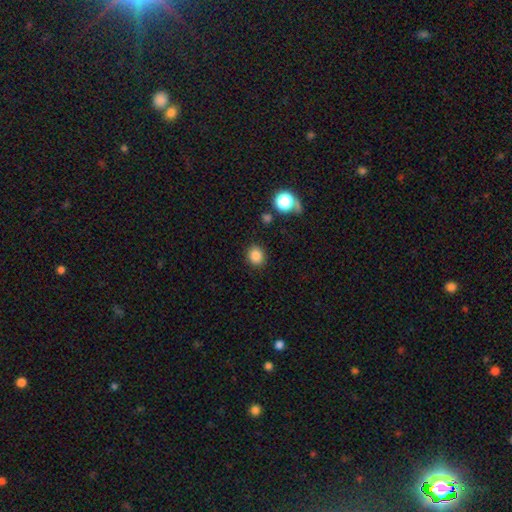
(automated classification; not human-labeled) This is clearly a smooth galaxy (85%). How rounded: likely round (78%). Merging: clearly none (87%).